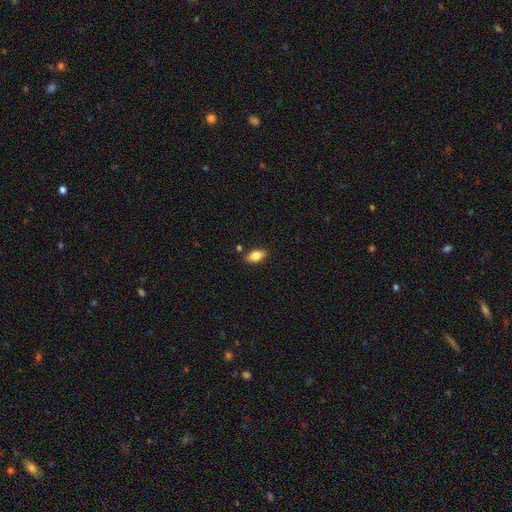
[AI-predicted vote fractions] smooth_or_featured: smooth (p=0.81) [alt: featured or disk p=0.11]
how_rounded: in between (p=0.88) [alt: round p=0.07]
merging: none (p=0.82) [alt: minor disturbance p=0.12]